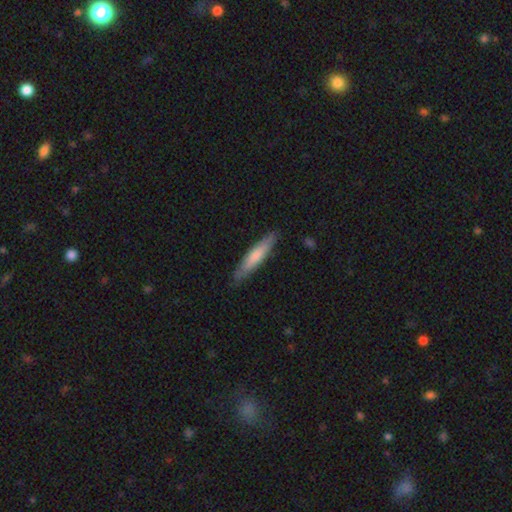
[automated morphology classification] This is likely a smooth galaxy (69%). How rounded: clearly cigar-shaped (88%). Merging: clearly none (85%).